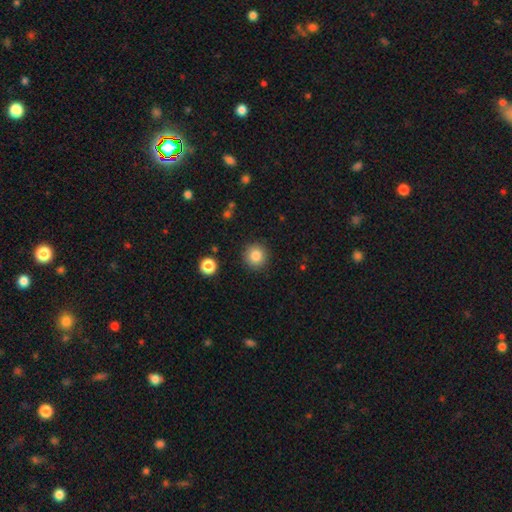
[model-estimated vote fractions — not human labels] A smooth galaxy with no disk features (84%) that is round (94%).

Vote fractions:
- Smooth or featured? smooth: 84% / star or artifact: 10% / featured or disk: 5%
- How rounded? round: 94% / in between: 5% / cigar-shaped: 1%
- Merging? none: 90% / minor disturbance: 6% / major disturbance: 2% / merger: 1%